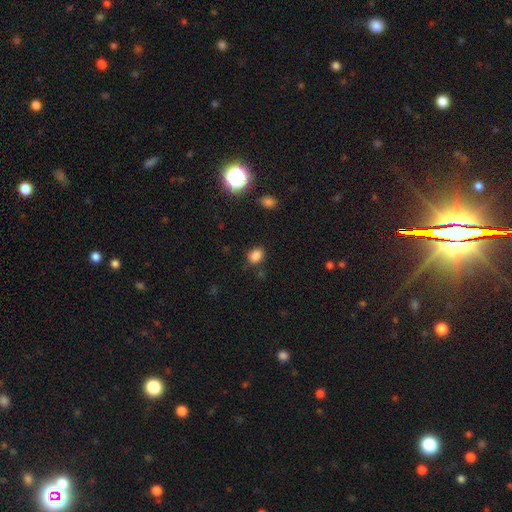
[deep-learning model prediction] The model was most divided on "how rounded": in between: 60%, round: 39%, cigar-shaped: 1%. More confident: smooth or featured — smooth (82%); merging — none (79%).